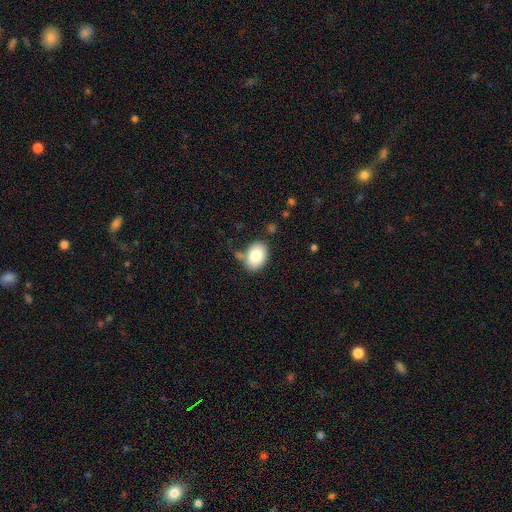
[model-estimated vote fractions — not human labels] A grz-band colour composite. It shows a smooth galaxy with no disk features (82%) that is in between round and cigar-shaped (76%). Merging: none (69%).